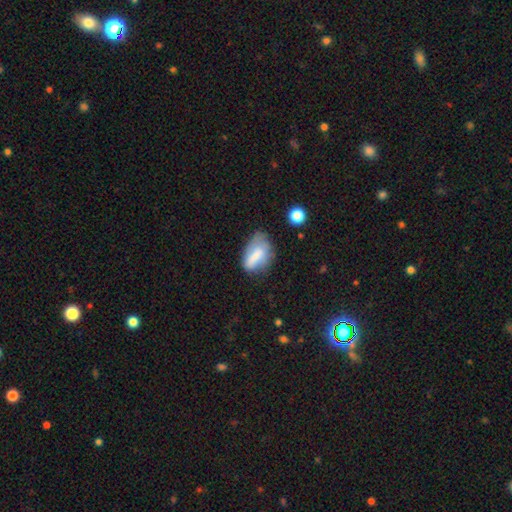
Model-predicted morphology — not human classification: Smooth or featured? smooth (68%)
How rounded? in between (87%)
Merging? none (41%)